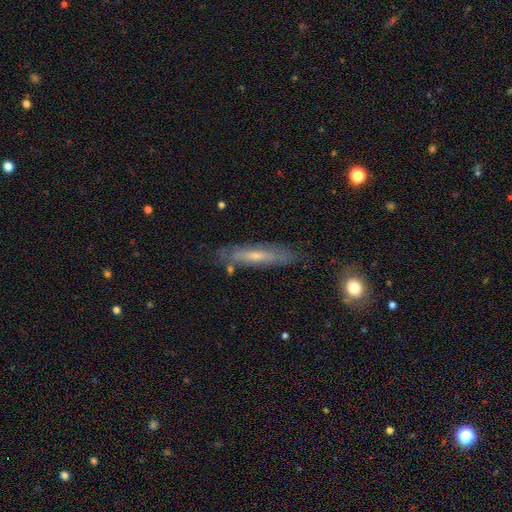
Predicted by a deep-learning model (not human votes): This appears to be a featured or disk galaxy (60%) viewed edge-on (59%). Merging: none (76%).